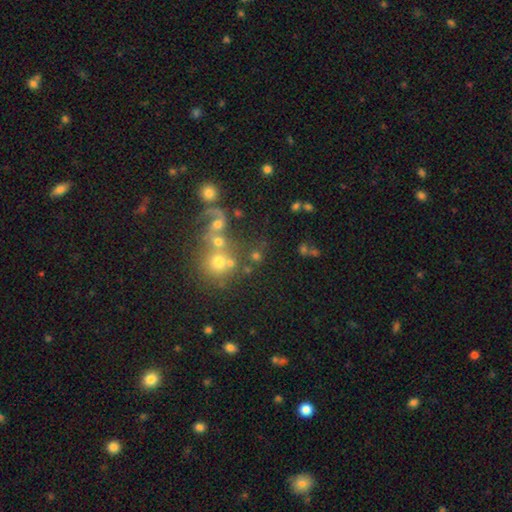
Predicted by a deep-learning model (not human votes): The model was most divided on "smooth or featured": smooth: 43%, star or artifact: 39%, featured or disk: 17%. More confident: merging — none (50%).